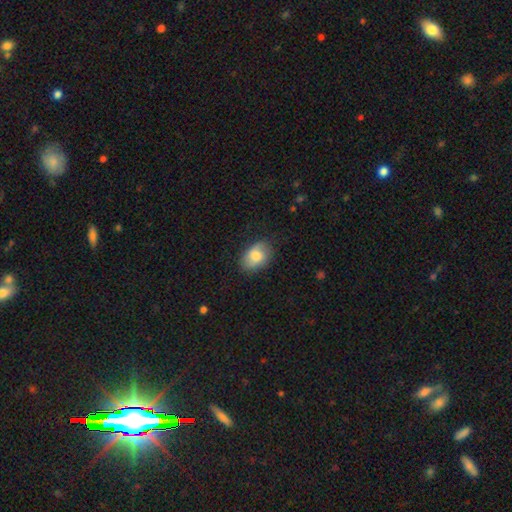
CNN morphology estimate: This appears to be a smooth galaxy with no disk features (76%) that is in between round and cigar-shaped (82%). Merging: none (79%).